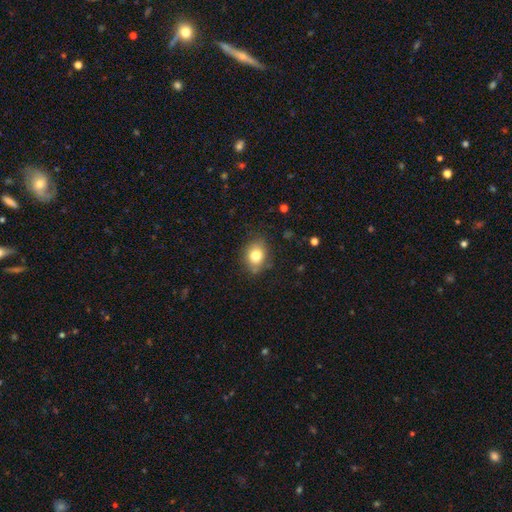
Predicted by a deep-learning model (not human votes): Q: Smooth or featured?
A: smooth (80%); runner-up: featured or disk (10%)
Q: How rounded?
A: in between (55%); runner-up: round (44%)
Q: Merging?
A: none (78%); runner-up: minor disturbance (17%)